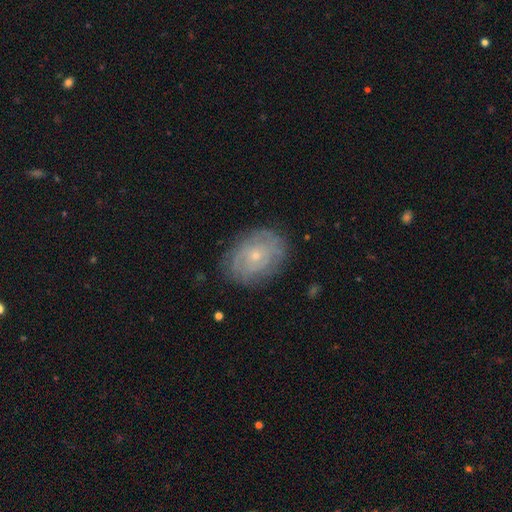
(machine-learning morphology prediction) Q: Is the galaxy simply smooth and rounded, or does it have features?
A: featured or disk — 65%.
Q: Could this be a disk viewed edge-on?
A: no — 96%.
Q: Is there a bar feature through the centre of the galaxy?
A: no — 83%.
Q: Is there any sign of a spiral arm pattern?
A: yes — 75%.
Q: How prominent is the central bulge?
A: small — 72%.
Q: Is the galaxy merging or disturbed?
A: none — 79%.